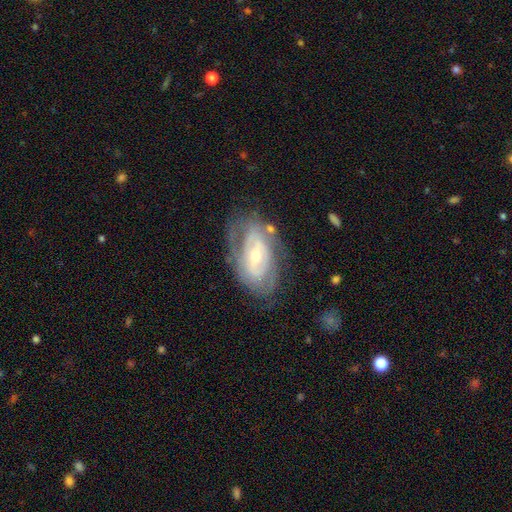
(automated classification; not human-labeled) Smooth or featured: featured or disk — 79% (smooth — 15%)
Edge-on disk: no — 94% (yes — 6%)
Bar: no — 43% (weak — 37%)
Spiral arms: yes — 76% (no — 24%)
Spiral winding: tight — 60% (medium — 29%)
Spiral arm count: 2 — 41% (can't tell — 40%)
Bulge size: moderate — 52% (small — 43%)
Merging: none — 66% (minor disturbance — 20%)